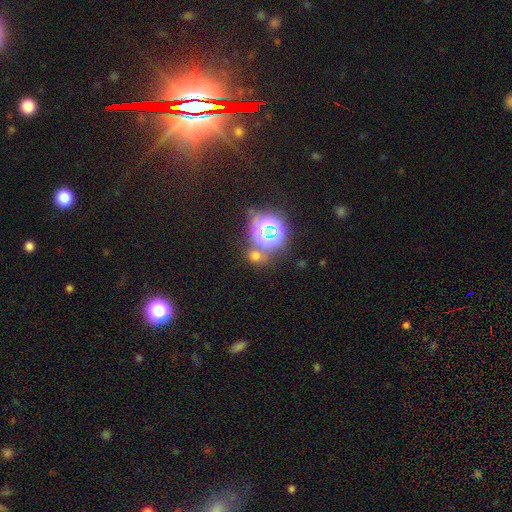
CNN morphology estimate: Smooth or featured? Predicted: star or artifact (p=0.47).